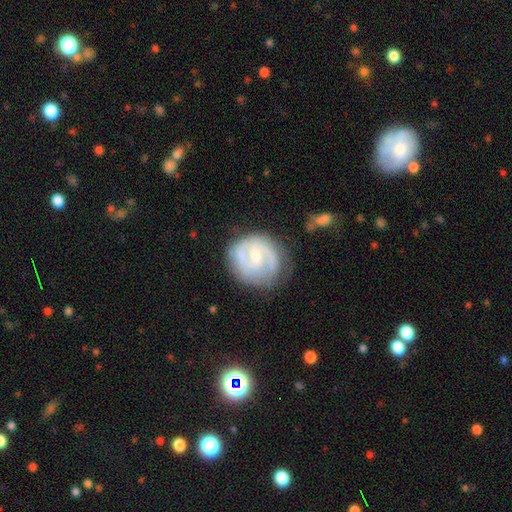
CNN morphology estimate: This is likely a featured or disk galaxy (80%). It is clearly not viewed edge-on (98%). Bar: possibly weak (46%). Spiral arm pattern: clearly yes (92%). Spiral arm count: likely 2 (68%). Spiral winding: possibly tight (46%). Central bulge: possibly small (55%). Merging: likely none (70%).